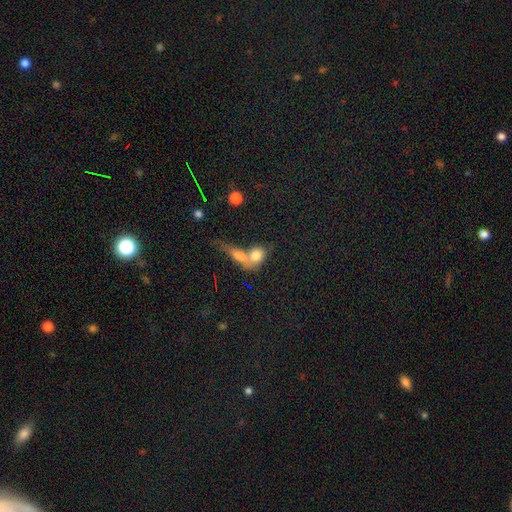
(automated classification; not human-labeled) A smooth galaxy with no disk features (75%) that is in between round and cigar-shaped (54%). Merging: merger (67%).